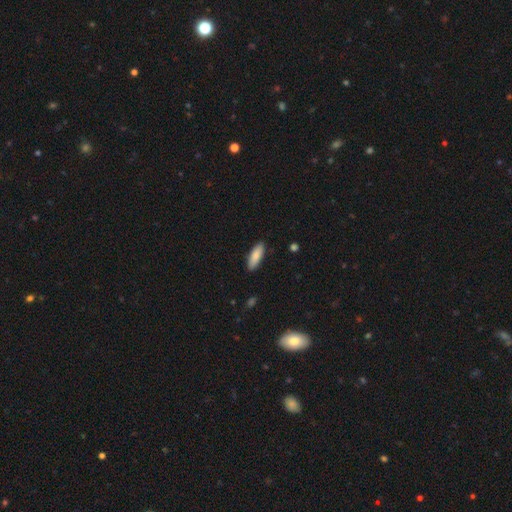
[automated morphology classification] A smooth galaxy with no disk features (86%) that is in between round and cigar-shaped (62%).

Vote fractions:
- Smooth or featured? smooth: 86% / featured or disk: 9% / star or artifact: 6%
- How rounded? in between: 62% / cigar-shaped: 36% / round: 2%
- Merging? none: 89% / minor disturbance: 9% / major disturbance: 2% / merger: 1%